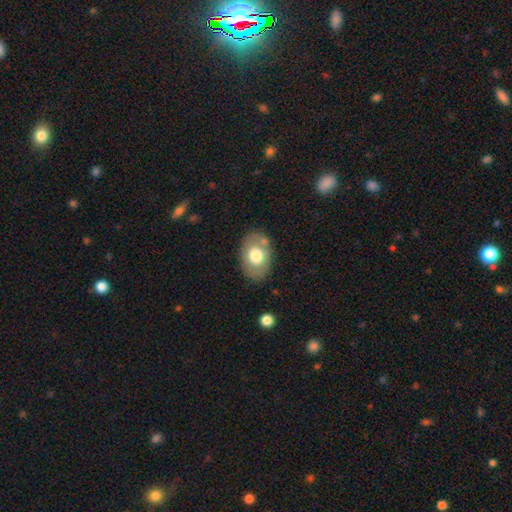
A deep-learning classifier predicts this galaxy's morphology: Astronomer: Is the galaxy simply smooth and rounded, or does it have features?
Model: smooth — 69%.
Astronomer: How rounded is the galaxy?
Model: in between — 81%.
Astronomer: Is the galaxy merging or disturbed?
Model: none — 77%.